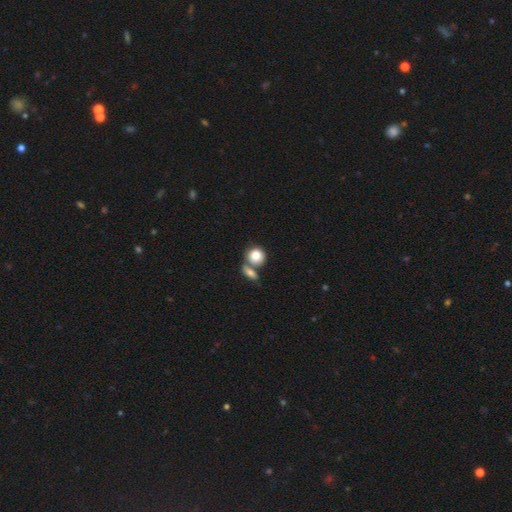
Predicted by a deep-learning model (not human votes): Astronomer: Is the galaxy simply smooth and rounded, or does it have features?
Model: smooth — 83%.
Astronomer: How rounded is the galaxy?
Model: round — 75%.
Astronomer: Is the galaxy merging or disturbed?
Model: none — 45% (runner-up: merger, 41%).